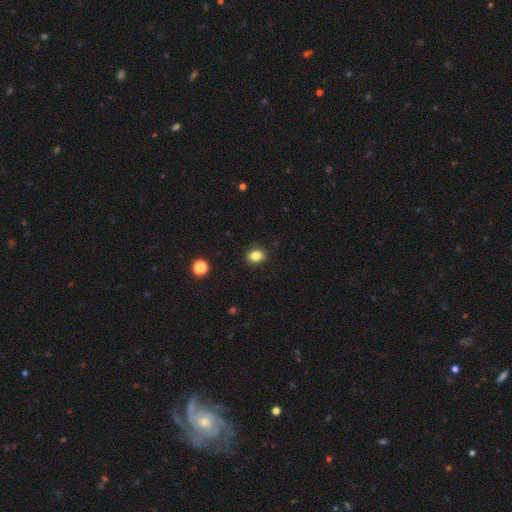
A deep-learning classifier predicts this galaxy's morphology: Smooth or featured: smooth — 84% (star or artifact — 11%)
How rounded: in between — 52% (round — 47%)
Merging: none — 89% (minor disturbance — 7%)